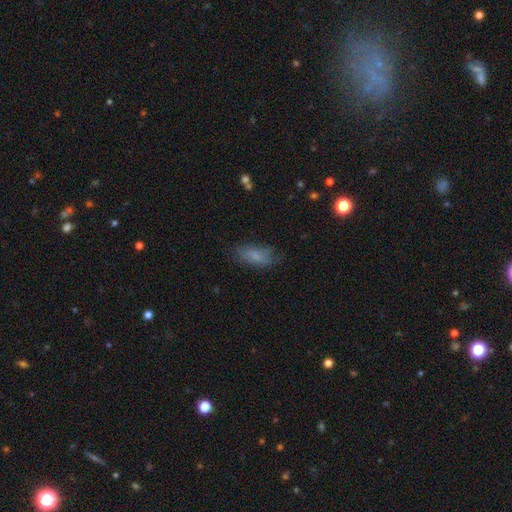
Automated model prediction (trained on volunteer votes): Q: Smooth or featured?
A: smooth (77%); runner-up: featured or disk (14%)
Q: How rounded?
A: in between (80%); runner-up: cigar-shaped (17%)
Q: Merging?
A: none (73%); runner-up: minor disturbance (20%)